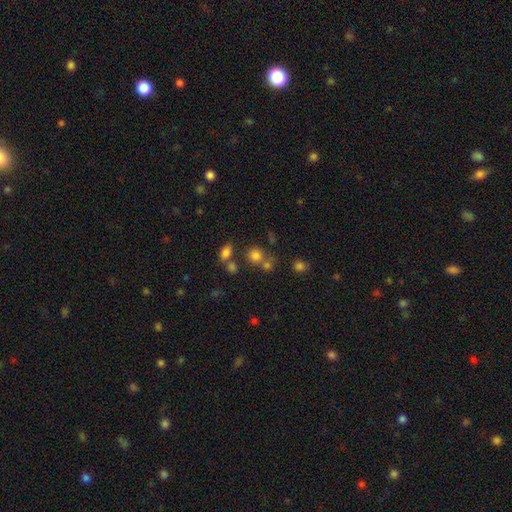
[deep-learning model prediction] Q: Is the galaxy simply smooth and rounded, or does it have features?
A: smooth — 74%.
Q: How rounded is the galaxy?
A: round — 82%.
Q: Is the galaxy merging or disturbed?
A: none — 59%.